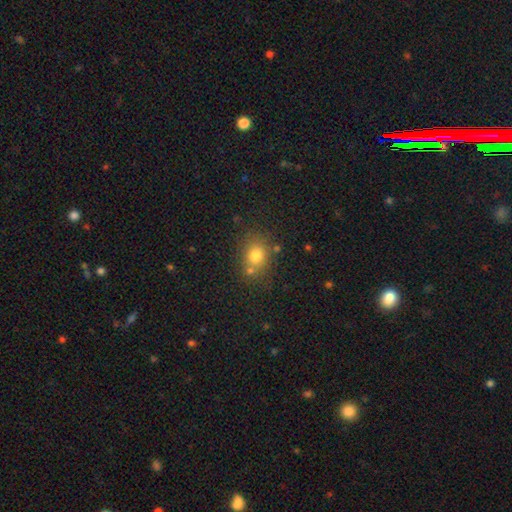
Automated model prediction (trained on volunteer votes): smooth_or_featured: smooth (p=0.76) [alt: star or artifact p=0.14]
how_rounded: round (p=0.63) [alt: in between p=0.36]
merging: none (p=0.67) [alt: merger p=0.16]